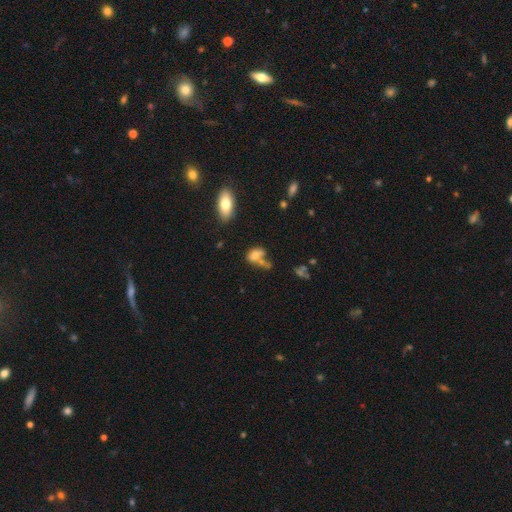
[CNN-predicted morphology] smooth_or_featured: smooth (p=0.72) [alt: featured or disk p=0.16]
how_rounded: in between (p=0.82) [alt: round p=0.13]
merging: merger (p=0.40) [alt: none p=0.33]